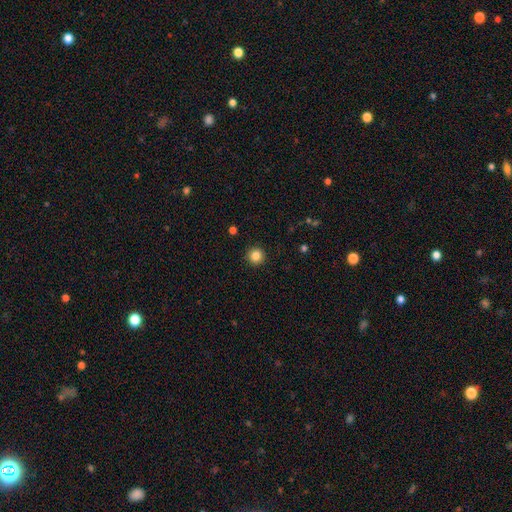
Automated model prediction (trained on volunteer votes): Smooth or featured?
  - smooth: 85% *
  - star or artifact: 11%
  - featured or disk: 5%
How rounded?
  - round: 96% *
  - in between: 3%
  - cigar-shaped: 1%
Merging?
  - none: 92% *
  - minor disturbance: 5%
  - major disturbance: 2%
  - merger: 1%